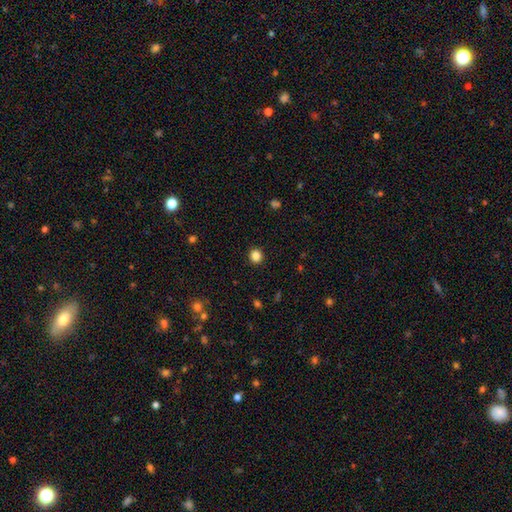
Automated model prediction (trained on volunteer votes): smooth-or-featured: smooth: 85% | star or artifact: 12% | featured or disk: 4%
  how-rounded: round: 86% | in between: 13% | cigar-shaped: 1%
  merging: none: 92% | minor disturbance: 5% | major disturbance: 2% | merger: 1%